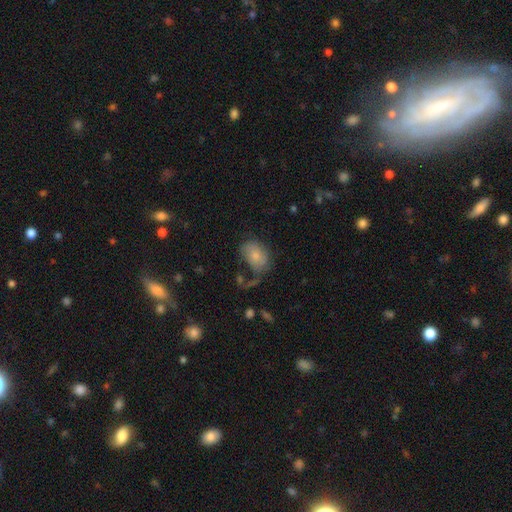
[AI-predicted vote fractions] Morphology: type=smooth (72%); roundness=in between (80%); merging=none (40%).